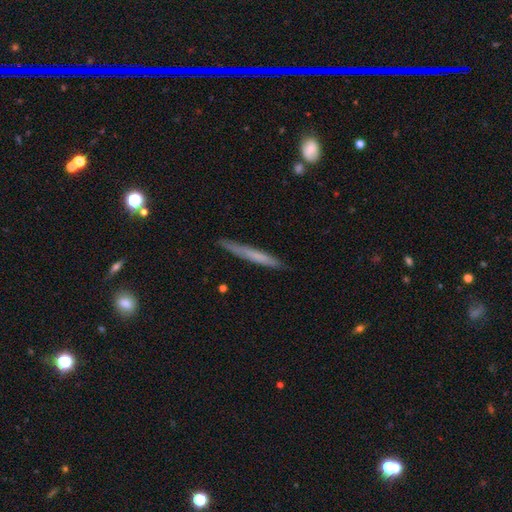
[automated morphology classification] Smooth or featured? smooth (58%)
How rounded? cigar-shaped (96%)
Merging? none (86%)